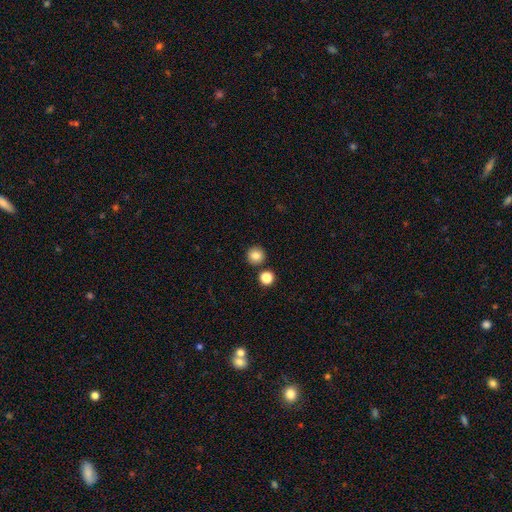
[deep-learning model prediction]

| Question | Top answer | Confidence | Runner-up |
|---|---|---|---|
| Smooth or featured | smooth | 84% | star or artifact (11%) |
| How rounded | round | 94% | in between (5%) |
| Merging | none | 86% | minor disturbance (6%) |